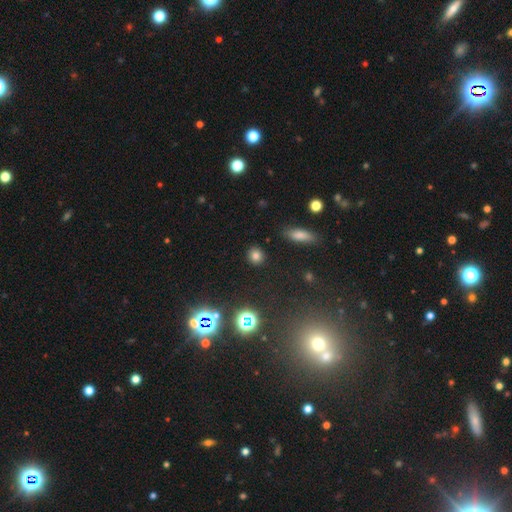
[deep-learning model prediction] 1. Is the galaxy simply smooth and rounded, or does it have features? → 78% smooth, 16% star or artifact, 6% featured or disk.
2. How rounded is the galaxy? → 85% round, 13% in between, 2% cigar-shaped.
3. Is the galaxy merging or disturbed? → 88% none, 7% minor disturbance, 2% major disturbance, 2% merger.